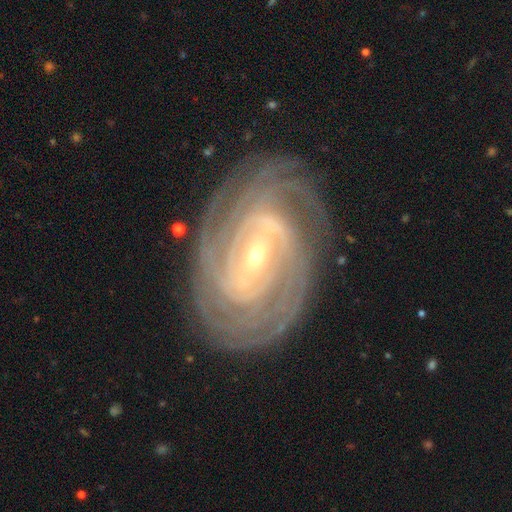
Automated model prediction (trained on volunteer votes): The model was most divided on "bar": weak: 41%, strong: 39%, no: 19%. Remaining: spiral arms — yes (98%); edge-on disk — no (97%); smooth or featured — featured or disk (91%); spiral winding — tight (82%); merging — none (81%); bulge size — small (69%); spiral arm count — 4 (28%).